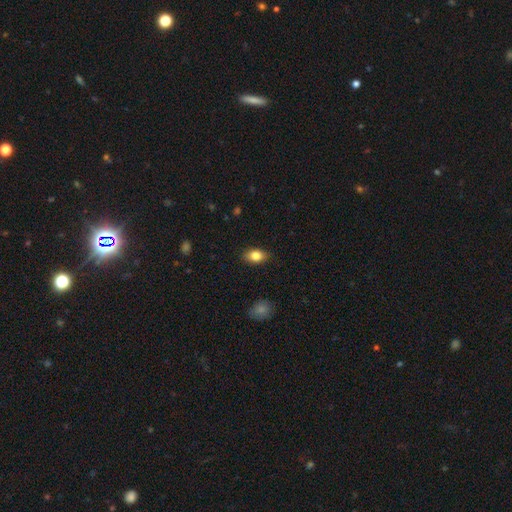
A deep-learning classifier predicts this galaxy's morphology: Smooth or featured?
  - smooth: 83% *
  - featured or disk: 9%
  - star or artifact: 8%
How rounded?
  - in between: 85% *
  - round: 13%
  - cigar-shaped: 3%
Merging?
  - none: 85% *
  - minor disturbance: 11%
  - major disturbance: 2%
  - merger: 1%